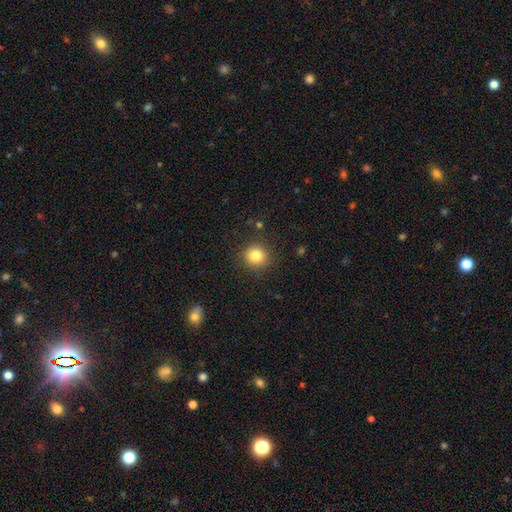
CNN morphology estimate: smooth 82%, star or artifact 12%, featured or disk 6%. Down the decision tree: how rounded — round (87%); merging — none (88%).